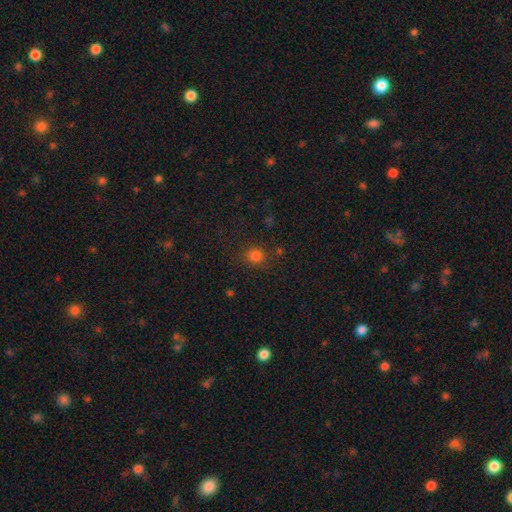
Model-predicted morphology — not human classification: Smooth or featured? Predicted: smooth (p=0.81). How rounded? Predicted: round (p=0.84). Merging? Predicted: none (p=0.82).